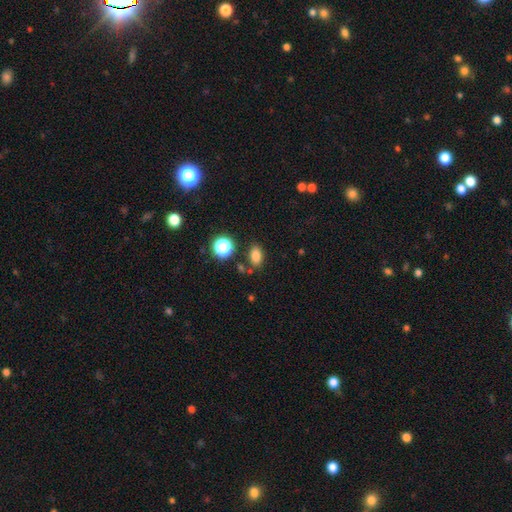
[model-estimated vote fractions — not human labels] smooth-or-featured: smooth: 81% | star or artifact: 14% | featured or disk: 5%
  how-rounded: in between: 82% | round: 16% | cigar-shaped: 2%
  merging: none: 79% | minor disturbance: 12% | merger: 6% | major disturbance: 3%